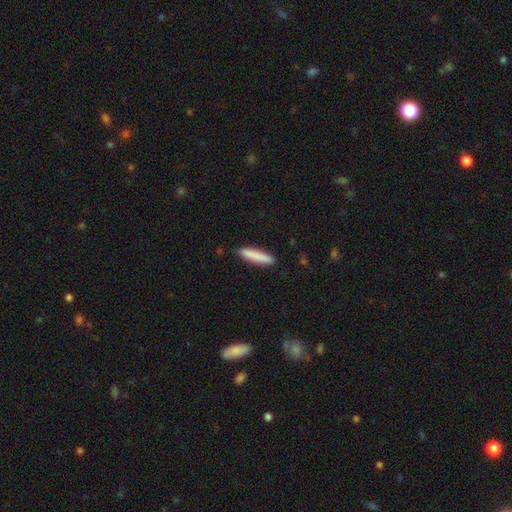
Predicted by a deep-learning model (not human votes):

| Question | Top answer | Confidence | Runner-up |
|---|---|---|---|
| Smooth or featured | smooth | 85% | featured or disk (9%) |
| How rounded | cigar-shaped | 86% | in between (13%) |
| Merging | none | 85% | minor disturbance (11%) |